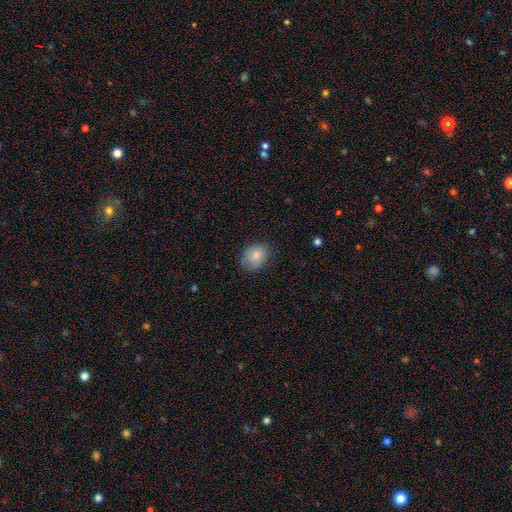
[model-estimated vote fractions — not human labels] Morphology: type=smooth (81%); roundness=round (52%); merging=none (75%).